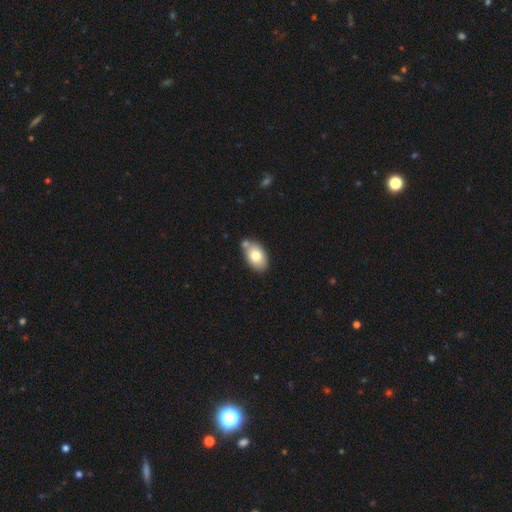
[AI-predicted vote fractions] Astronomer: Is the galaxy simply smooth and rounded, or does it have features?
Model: smooth — 76%.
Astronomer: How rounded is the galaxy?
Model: in between — 89%.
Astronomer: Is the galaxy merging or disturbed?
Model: none — 65%.